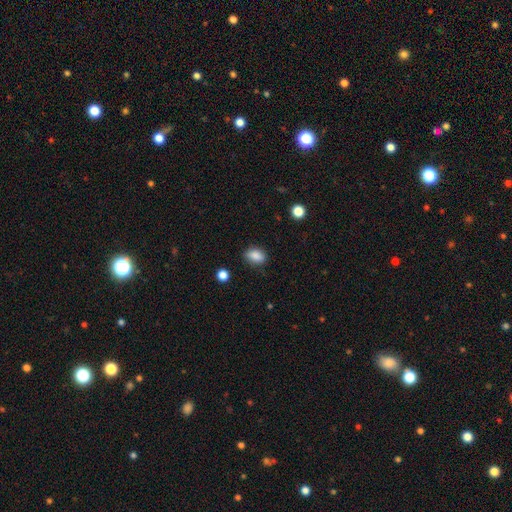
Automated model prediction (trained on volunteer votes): Smooth or featured? Predicted: smooth (p=0.86). How rounded? Predicted: in between (p=0.81). Merging? Predicted: none (p=0.80).